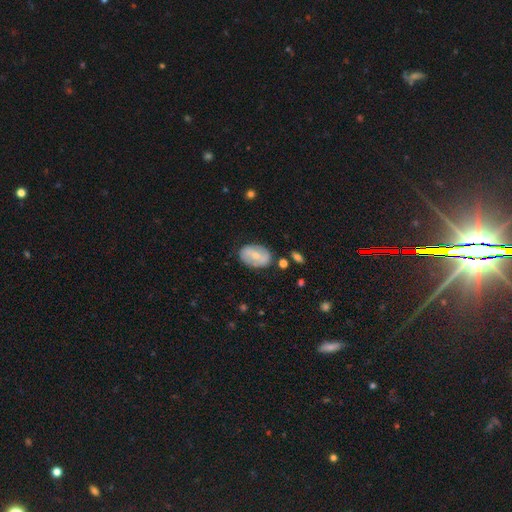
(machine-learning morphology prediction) Q: Smooth or featured?
A: featured or disk (48%); runner-up: smooth (45%)
Q: Merging?
A: none (77%); runner-up: minor disturbance (16%)